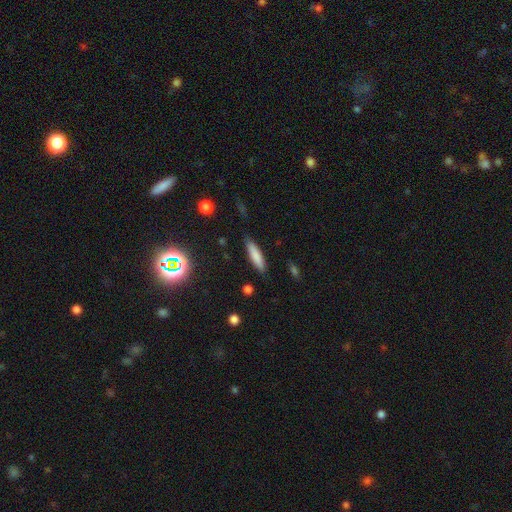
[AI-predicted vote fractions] Morphology: type=smooth (79%); roundness=cigar-shaped (74%); merging=none (84%).